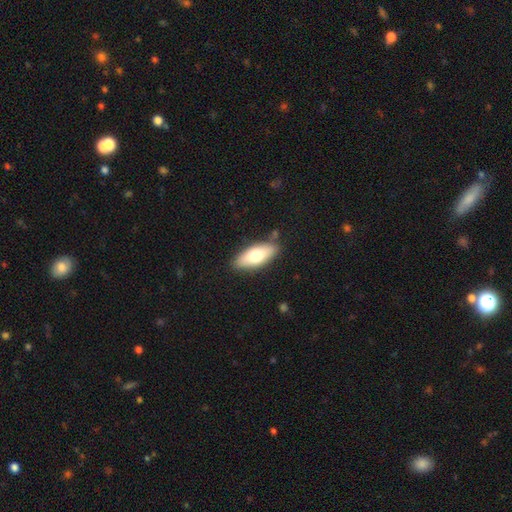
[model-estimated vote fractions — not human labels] A smooth galaxy with no disk features (69%) that is in between round and cigar-shaped (79%). Merging: none (84%).